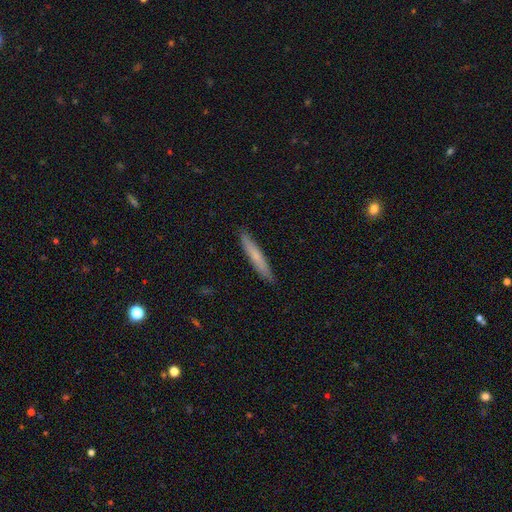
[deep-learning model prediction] smooth_or_featured: smooth (p=0.67) [alt: featured or disk p=0.27]
how_rounded: cigar-shaped (p=0.95) [alt: in between p=0.04]
merging: none (p=0.91) [alt: minor disturbance p=0.07]